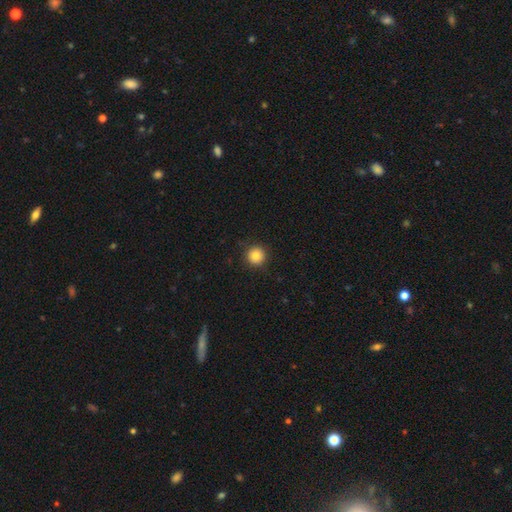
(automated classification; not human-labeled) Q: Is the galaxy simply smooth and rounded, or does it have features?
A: smooth — 83%.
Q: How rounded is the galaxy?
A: round — 95%.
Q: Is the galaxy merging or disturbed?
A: none — 90%.